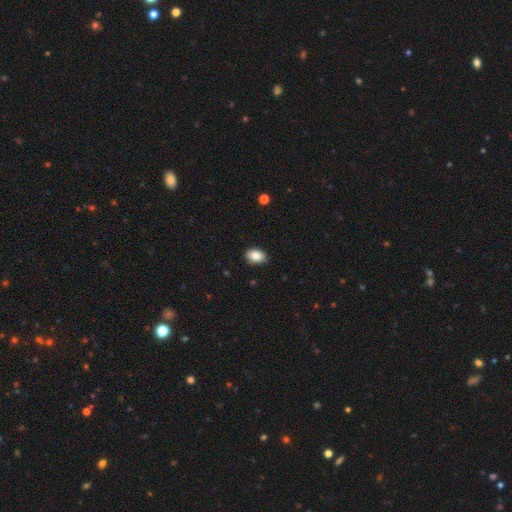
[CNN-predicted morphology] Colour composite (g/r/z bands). It shows a smooth galaxy with no disk features (85%) that is in between round and cigar-shaped (86%). Merging: none (87%).